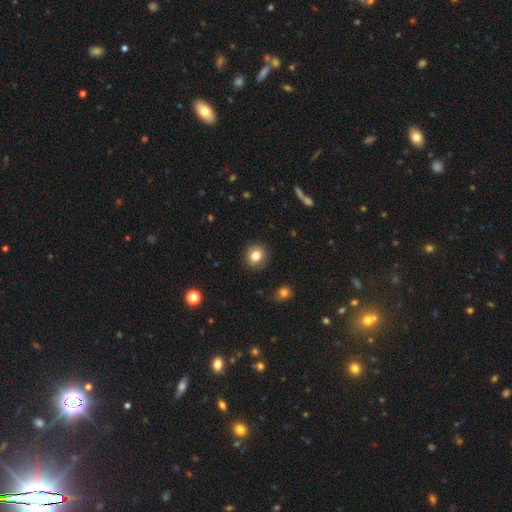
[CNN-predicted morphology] This appears to be a smooth galaxy with no disk features (81%) that is round (86%). Merging: none (90%).